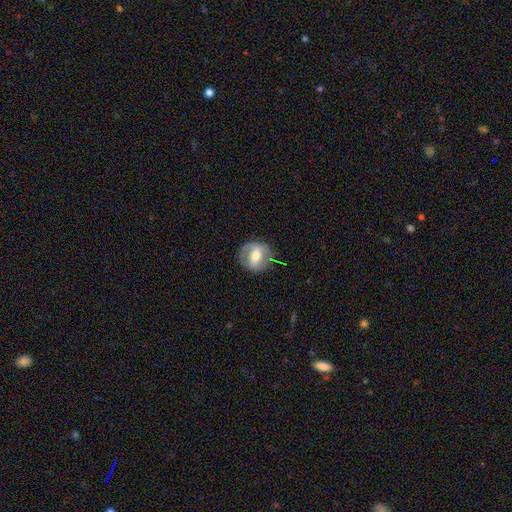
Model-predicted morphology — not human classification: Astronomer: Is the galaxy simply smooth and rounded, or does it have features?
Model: featured or disk — 54% (runner-up: smooth, 39%).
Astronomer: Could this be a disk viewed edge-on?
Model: no — 94%.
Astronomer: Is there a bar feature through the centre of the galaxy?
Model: weak — 38%, tied with strong at 38%.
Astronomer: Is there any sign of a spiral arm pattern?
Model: no — 52% (runner-up: yes, 48%).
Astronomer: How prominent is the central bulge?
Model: moderate — 70%.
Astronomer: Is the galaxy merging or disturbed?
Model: none — 77%.